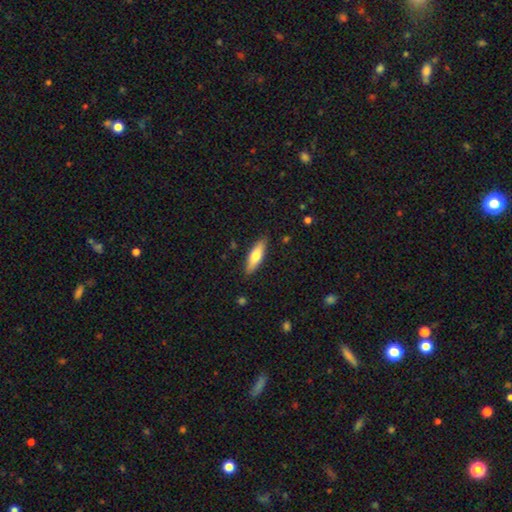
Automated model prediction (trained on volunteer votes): smooth_or_featured: smooth (p=0.70) [alt: featured or disk p=0.24]
how_rounded: cigar-shaped (p=0.53) [alt: in between p=0.45]
merging: none (p=0.87) [alt: minor disturbance p=0.10]